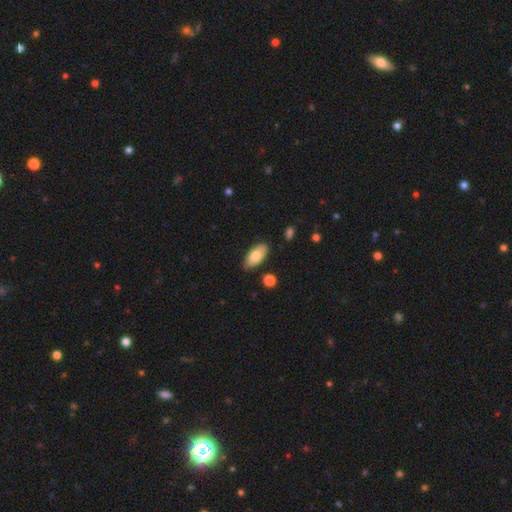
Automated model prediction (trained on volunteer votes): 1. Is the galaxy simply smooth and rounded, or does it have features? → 77% smooth, 17% featured or disk, 6% star or artifact.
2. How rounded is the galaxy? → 90% in between, 7% cigar-shaped, 2% round.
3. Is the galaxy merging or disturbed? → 85% none, 11% minor disturbance, 2% merger, 2% major disturbance.